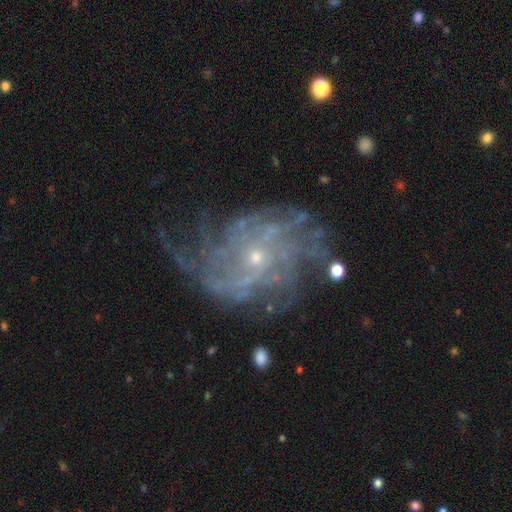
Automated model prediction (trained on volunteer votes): The model was most divided on "spiral winding": tight: 44%, medium: 36%, loose: 20%. Remaining: edge-on disk — no (97%); spiral arms — yes (90%); smooth or featured — featured or disk (84%); bulge size — small (81%); bar — no (76%); merging — none (62%); spiral arm count — can't tell (34%).